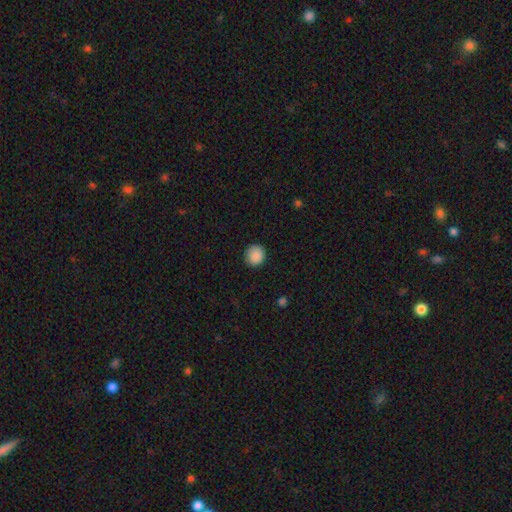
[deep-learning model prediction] The model was most divided on "how rounded": round: 86%, in between: 13%, cigar-shaped: 1%. More confident: smooth or featured — smooth (88%); merging — none (87%).